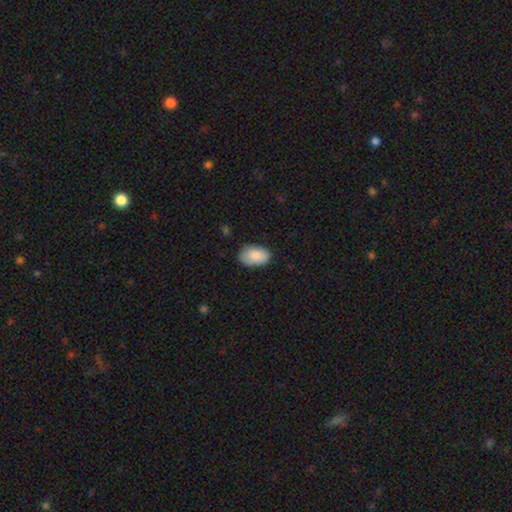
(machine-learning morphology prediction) This appears to be a smooth galaxy with no disk features (87%) that is in between round and cigar-shaped (91%). Merging: none (80%).